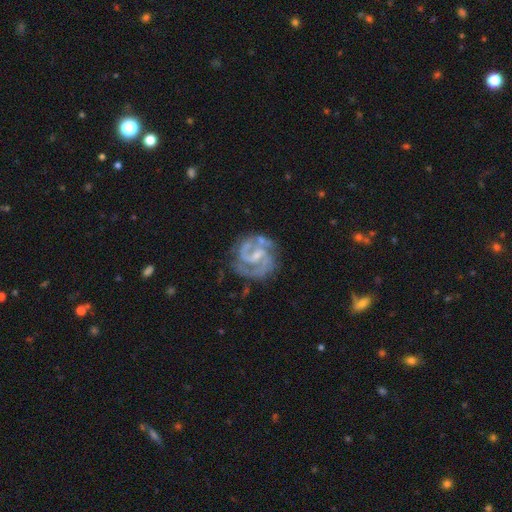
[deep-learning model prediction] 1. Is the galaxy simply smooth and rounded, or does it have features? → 91% featured or disk, 5% star or artifact, 4% smooth.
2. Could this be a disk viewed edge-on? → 98% no, 2% yes.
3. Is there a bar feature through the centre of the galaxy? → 54% weak, 23% no, 23% strong.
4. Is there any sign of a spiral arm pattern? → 98% yes, 2% no.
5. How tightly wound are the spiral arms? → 55% medium, 36% tight, 9% loose.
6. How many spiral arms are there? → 84% 2, 7% 3, 4% can't tell, 2% 1, 1% 4, 1% more than 4.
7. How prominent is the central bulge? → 62% small, 25% moderate, 11% none, 1% large, 1% dominant.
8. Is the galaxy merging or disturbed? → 68% none, 20% minor disturbance, 9% major disturbance, 4% merger.